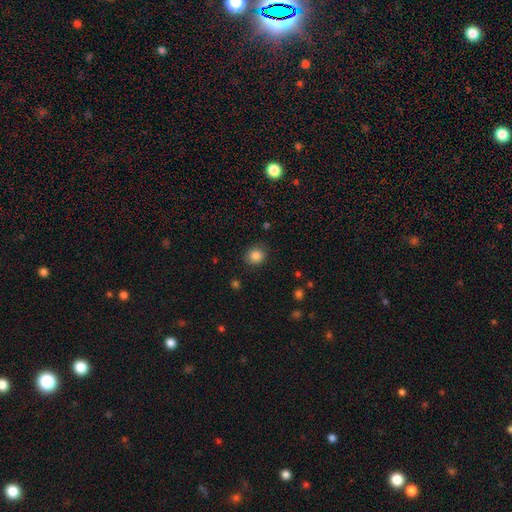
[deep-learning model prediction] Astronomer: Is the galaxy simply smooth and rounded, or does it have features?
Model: smooth — 85%.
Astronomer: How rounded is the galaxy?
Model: round — 78%.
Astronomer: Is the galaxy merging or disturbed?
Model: none — 84%.